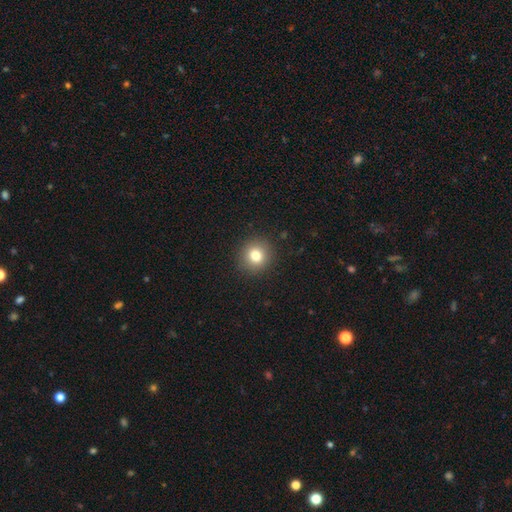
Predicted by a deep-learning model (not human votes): smooth-or-featured: smooth: 79% | star or artifact: 12% | featured or disk: 9%
  how-rounded: round: 90% | in between: 9% | cigar-shaped: 1%
  merging: none: 91% | minor disturbance: 6% | major disturbance: 2% | merger: 1%